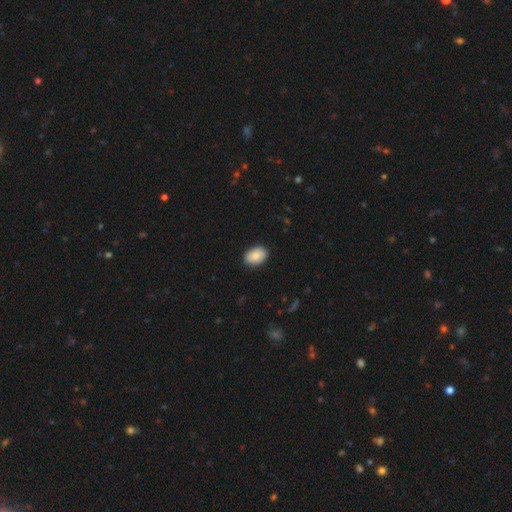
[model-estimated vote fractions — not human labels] smooth_or_featured: smooth (p=0.87) [alt: star or artifact p=0.07]
how_rounded: in between (p=0.85) [alt: round p=0.14]
merging: none (p=0.88) [alt: minor disturbance p=0.10]